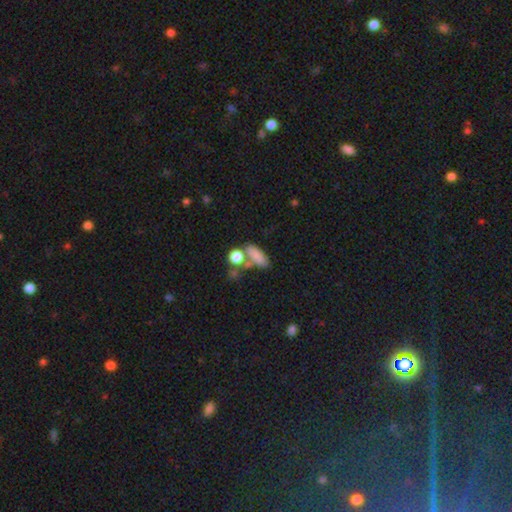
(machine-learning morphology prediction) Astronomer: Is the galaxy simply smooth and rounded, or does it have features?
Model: smooth — 79%.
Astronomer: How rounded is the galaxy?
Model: in between — 70%.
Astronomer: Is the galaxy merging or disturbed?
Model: none — 54%.